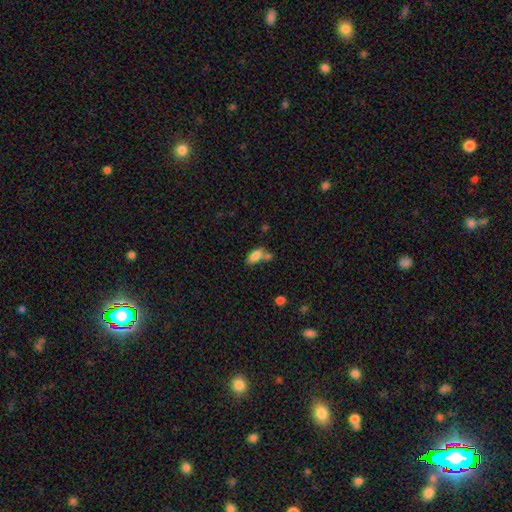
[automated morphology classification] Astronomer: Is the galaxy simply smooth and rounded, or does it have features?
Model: smooth — 81%.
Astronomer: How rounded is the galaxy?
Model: in between — 88%.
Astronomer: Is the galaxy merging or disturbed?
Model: none — 42% (runner-up: merger, 36%).